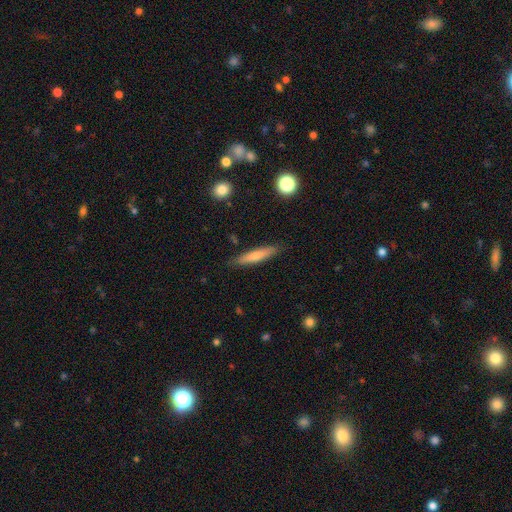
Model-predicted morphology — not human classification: Q: Smooth or featured?
A: smooth (70%); runner-up: featured or disk (24%)
Q: How rounded?
A: cigar-shaped (86%); runner-up: in between (12%)
Q: Merging?
A: none (86%); runner-up: minor disturbance (11%)